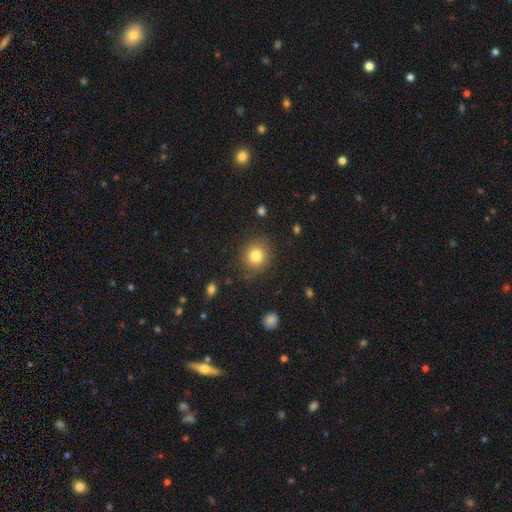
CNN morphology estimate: Smooth or featured? smooth (80%)
How rounded? round (83%)
Merging? none (83%)